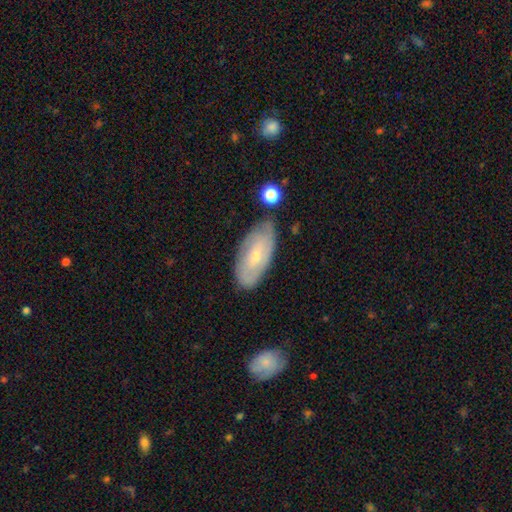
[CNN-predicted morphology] A featured or disk galaxy (55%).

Vote fractions:
- Smooth or featured? featured or disk: 55% / smooth: 39% / star or artifact: 6%
- Edge-on disk? no: 89% / yes: 11%
- Merging? none: 70% / minor disturbance: 22% / major disturbance: 5% / merger: 4%